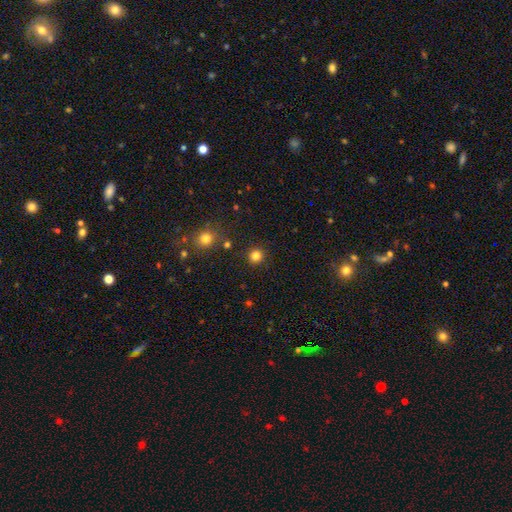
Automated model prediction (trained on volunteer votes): A smooth galaxy with no disk features (82%) that is round (94%).

Vote fractions:
- Smooth or featured? smooth: 82% / star or artifact: 13% / featured or disk: 4%
- How rounded? round: 94% / in between: 5% / cigar-shaped: 1%
- Merging? none: 90% / minor disturbance: 5% / merger: 2% / major disturbance: 2%